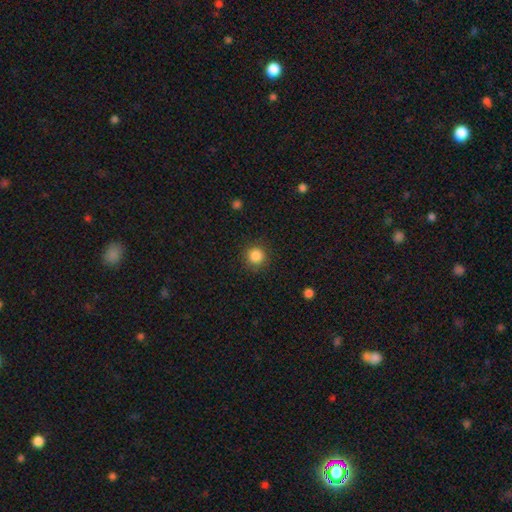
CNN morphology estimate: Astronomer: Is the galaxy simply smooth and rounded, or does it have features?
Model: smooth — 86%.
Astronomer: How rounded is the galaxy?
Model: round — 94%.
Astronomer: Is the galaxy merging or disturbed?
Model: none — 90%.